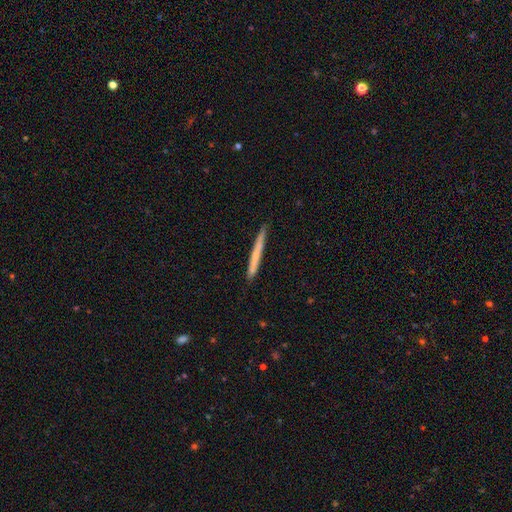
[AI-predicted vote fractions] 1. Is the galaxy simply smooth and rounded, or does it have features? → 51% smooth, 43% featured or disk, 6% star or artifact.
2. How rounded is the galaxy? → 97% cigar-shaped, 2% in between, 1% round.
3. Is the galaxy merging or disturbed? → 87% none, 10% minor disturbance, 1% major disturbance, 1% merger.